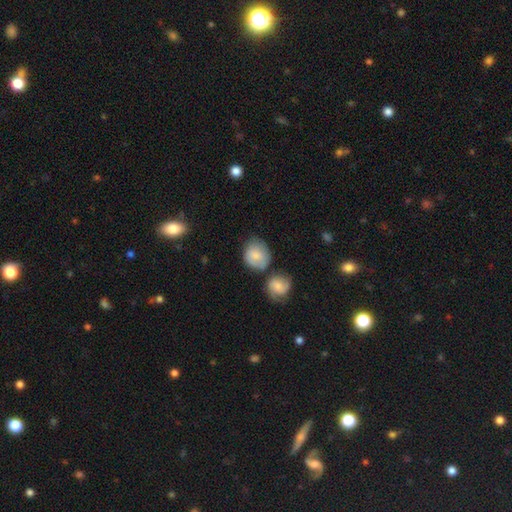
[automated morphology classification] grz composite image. It shows a smooth galaxy with no disk features (82%) that is round (73%). Merging: none (56%).